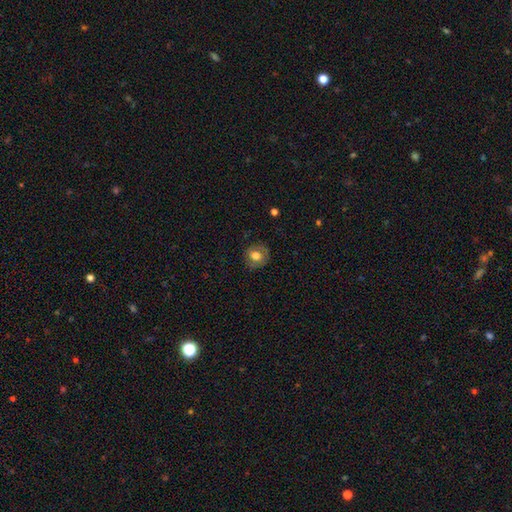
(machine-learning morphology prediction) Smooth or featured?
  - smooth: 70% *
  - featured or disk: 20%
  - star or artifact: 9%
How rounded?
  - round: 80% *
  - in between: 19%
  - cigar-shaped: 1%
Merging?
  - none: 80% *
  - minor disturbance: 14%
  - major disturbance: 4%
  - merger: 1%